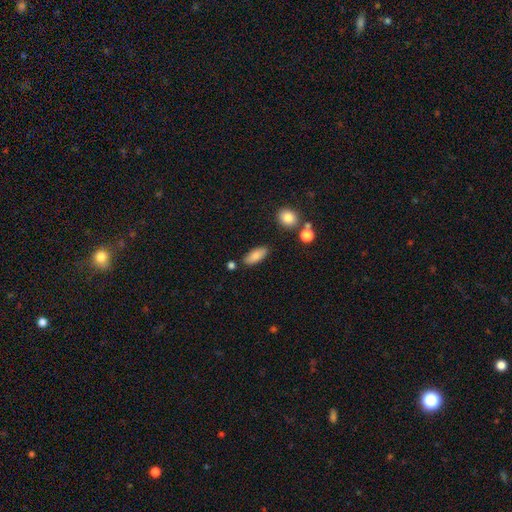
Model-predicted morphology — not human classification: The model was most divided on "how rounded": in between: 82%, cigar-shaped: 15%, round: 3%. More confident: smooth or featured — smooth (83%); merging — none (82%).